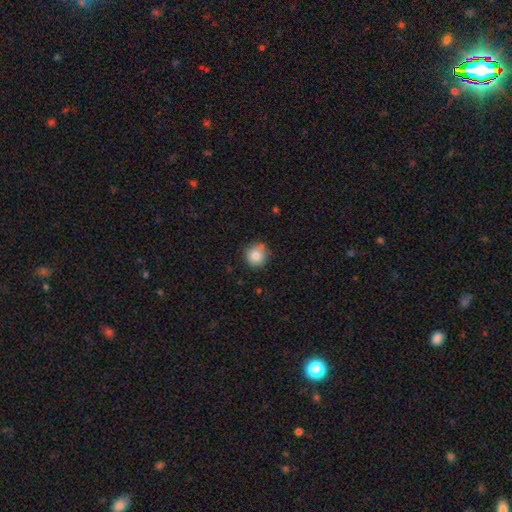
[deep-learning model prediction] Smooth or featured?
  - smooth: 81% *
  - star or artifact: 10%
  - featured or disk: 9%
How rounded?
  - round: 90% *
  - in between: 9%
  - cigar-shaped: 1%
Merging?
  - none: 76% *
  - minor disturbance: 16%
  - merger: 4%
  - major disturbance: 3%